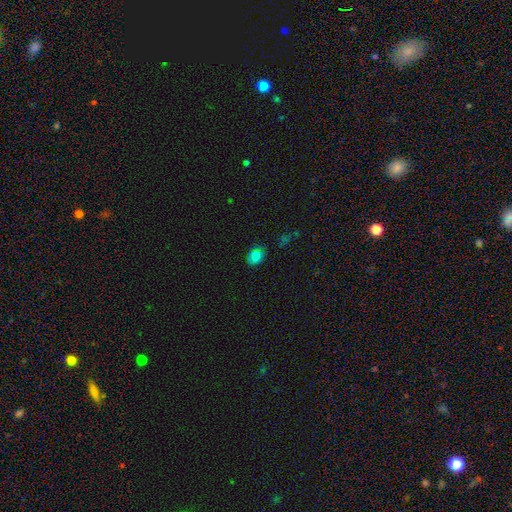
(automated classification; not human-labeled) A smooth galaxy with no disk features (68%) that is in between round and cigar-shaped (62%).

Vote fractions:
- Smooth or featured? smooth: 68% / star or artifact: 23% / featured or disk: 9%
- How rounded? in between: 62% / round: 36% / cigar-shaped: 2%
- Merging? none: 72% / minor disturbance: 20% / major disturbance: 6% / merger: 2%